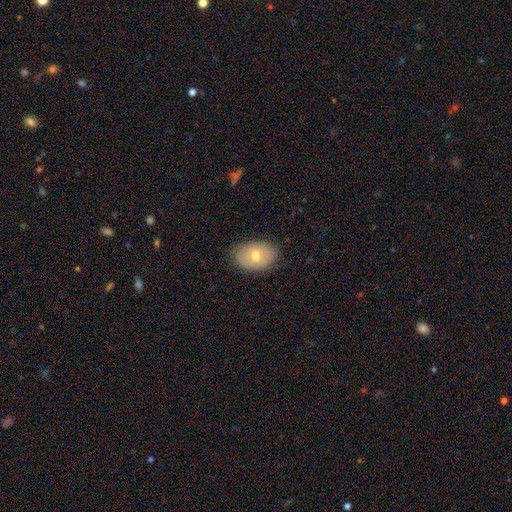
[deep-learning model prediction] The model was most divided on "smooth or featured": smooth: 62%, featured or disk: 31%, star or artifact: 8%. More confident: how rounded — in between (82%); merging — none (82%).